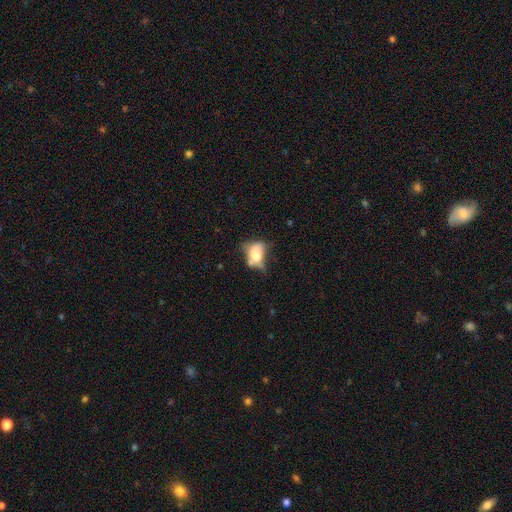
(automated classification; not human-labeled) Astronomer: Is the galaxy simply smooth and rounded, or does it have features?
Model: smooth — 59%.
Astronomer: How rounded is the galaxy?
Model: in between — 75%.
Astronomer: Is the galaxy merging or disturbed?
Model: minor disturbance — 29% (runner-up: none, 28%).